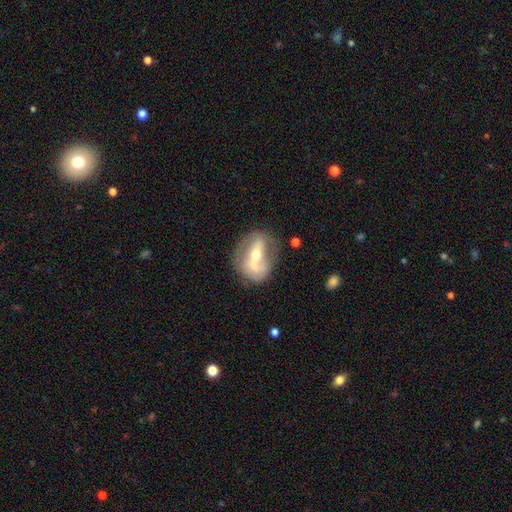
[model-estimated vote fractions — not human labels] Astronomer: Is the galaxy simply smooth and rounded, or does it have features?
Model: featured or disk — 63%.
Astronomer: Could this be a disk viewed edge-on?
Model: no — 89%.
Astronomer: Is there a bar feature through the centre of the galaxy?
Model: no — 38%, tied with strong at 38%.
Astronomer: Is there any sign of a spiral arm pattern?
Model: no — 64%.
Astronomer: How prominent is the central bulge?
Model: moderate — 63%.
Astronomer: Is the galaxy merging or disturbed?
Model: none — 43% (runner-up: merger, 28%).